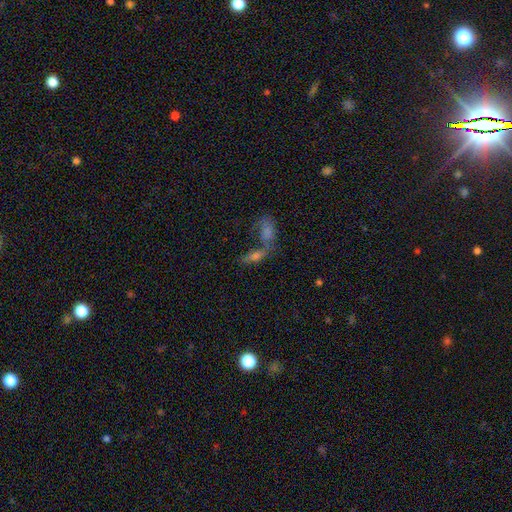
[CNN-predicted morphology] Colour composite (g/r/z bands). It shows a smooth galaxy with no disk features (57%) that is in between round and cigar-shaped (69%). Merging: merger (62%).